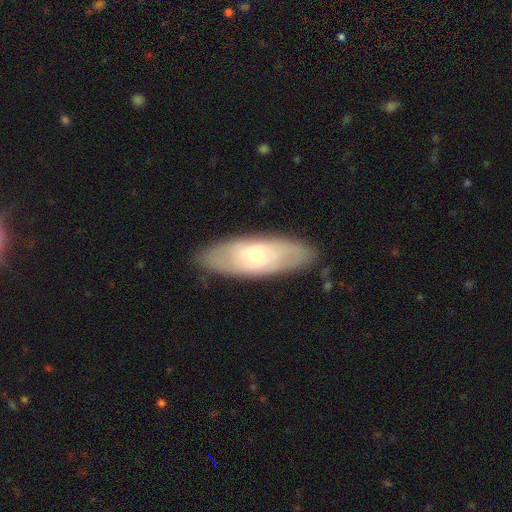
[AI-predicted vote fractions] Smooth or featured?
  - featured or disk: 47% * (tied)
  - smooth: 47% * (tied)
  - star or artifact: 7%
Merging?
  - none: 84% *
  - minor disturbance: 12%
  - major disturbance: 3%
  - merger: 1%